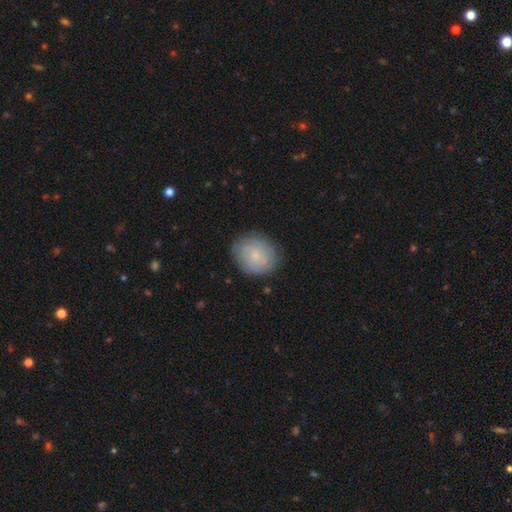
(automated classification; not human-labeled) This is likely a smooth galaxy (67%). How rounded: likely round (70%). Merging: likely none (79%).